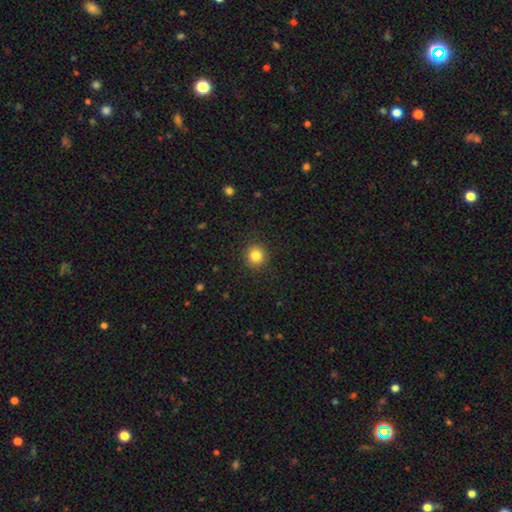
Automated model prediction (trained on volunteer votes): Smooth or featured? smooth (83%)
How rounded? round (88%)
Merging? none (91%)